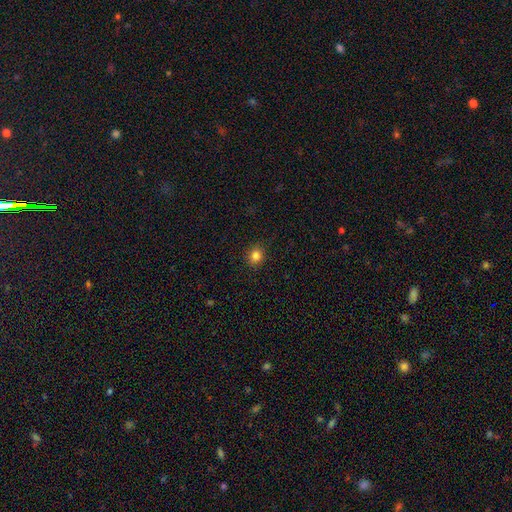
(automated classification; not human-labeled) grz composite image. It shows a smooth galaxy with no disk features (83%) that is round (72%). Merging: none (89%).